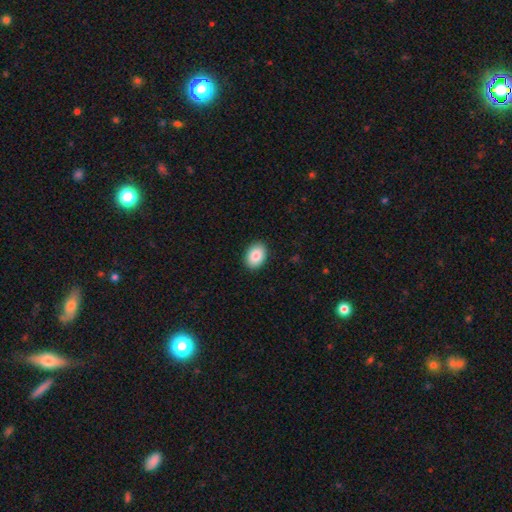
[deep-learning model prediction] Overall: smooth (87%). How rounded: in between (83%). Merging: none (90%).